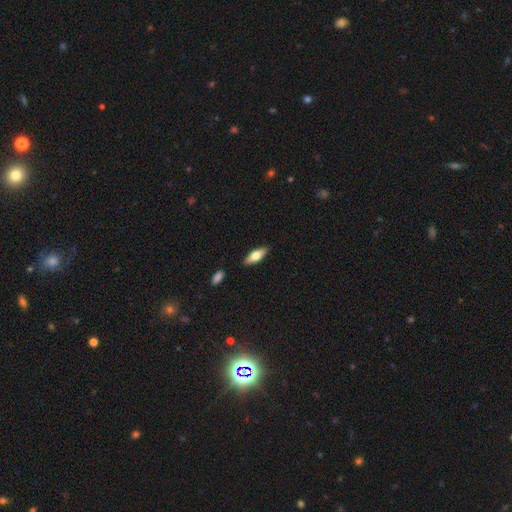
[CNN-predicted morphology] This appears to be a smooth galaxy with no disk features (60%) that is in between round and cigar-shaped (61%). Merging: none (88%).